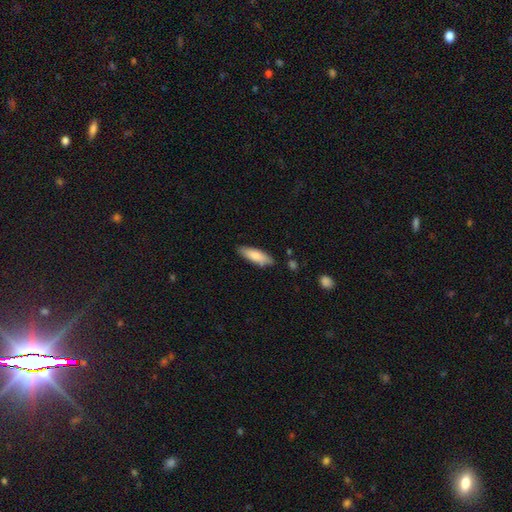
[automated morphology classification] A smooth galaxy with no disk features (81%) that is in between round and cigar-shaped (52%). Merging: none (80%).